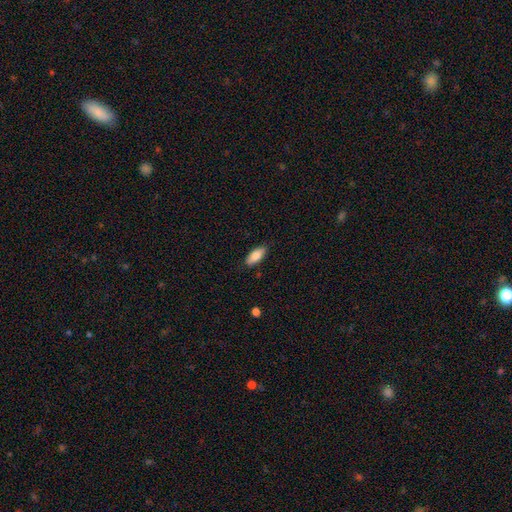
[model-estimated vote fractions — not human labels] This is clearly a smooth galaxy (85%). How rounded: clearly in between (83%). Merging: clearly none (84%).